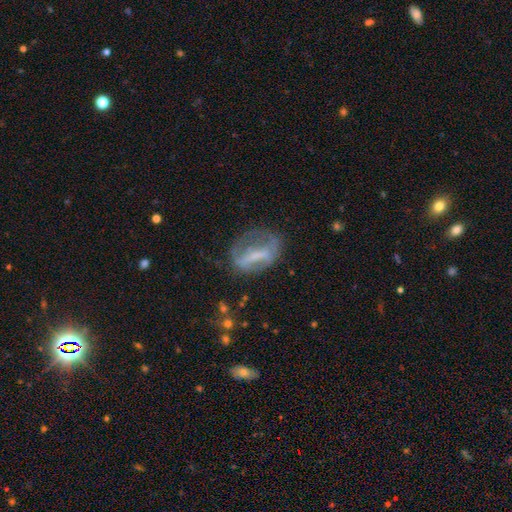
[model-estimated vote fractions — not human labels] This is possibly a featured or disk galaxy (58%). It is clearly not viewed edge-on (90%). Bar: possibly strong (47%). Spiral arm pattern: possibly no (59%). Central bulge: marginally none (40%). Merging: possibly none (46%).